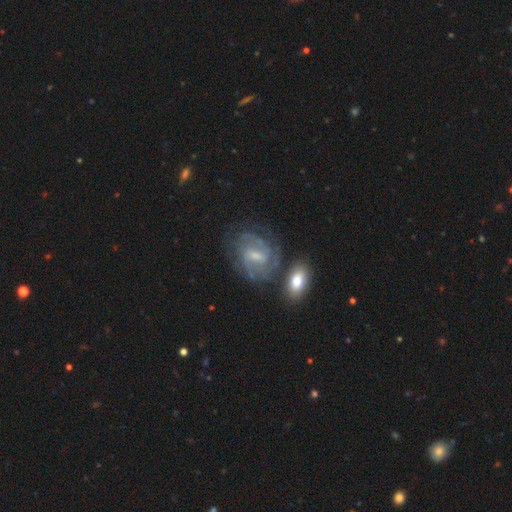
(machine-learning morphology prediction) type=featured or disk (80%); edge-on=no (97%); bar=weak (59%); spiral arms=yes (92%); winding=medium (44%); arm count=2 (47%); bulge=small (55%); merging=none (63%).